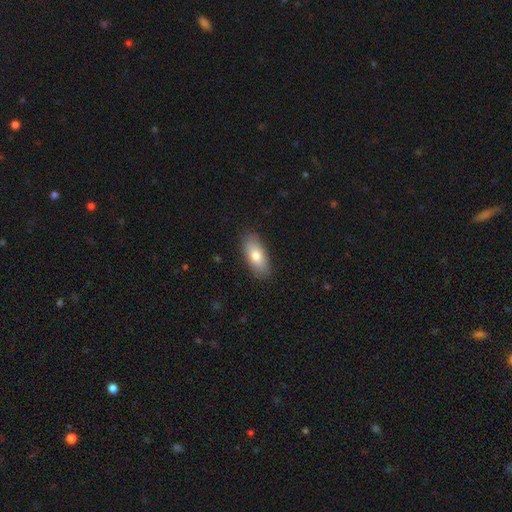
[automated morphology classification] This appears to be a smooth galaxy with no disk features (77%) that is in between round and cigar-shaped (83%). Merging: none (87%).